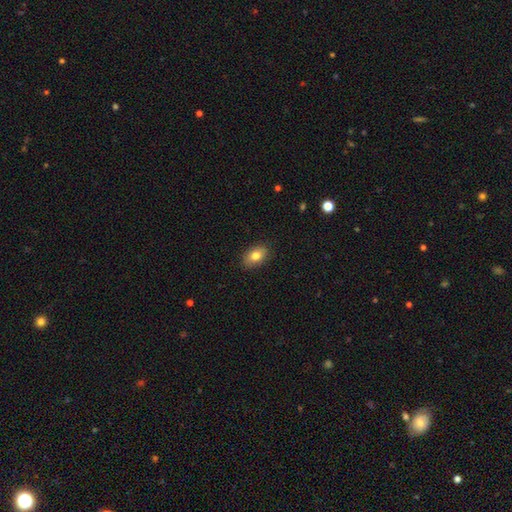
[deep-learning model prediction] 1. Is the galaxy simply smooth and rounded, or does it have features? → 81% smooth, 11% featured or disk, 8% star or artifact.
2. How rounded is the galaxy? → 88% in between, 10% round, 2% cigar-shaped.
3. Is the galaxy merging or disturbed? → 88% none, 9% minor disturbance, 2% major disturbance, 1% merger.